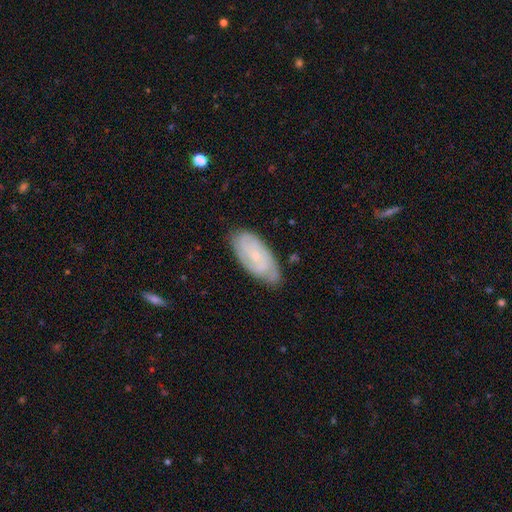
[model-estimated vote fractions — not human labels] Q: Smooth or featured?
A: featured or disk (67%); runner-up: smooth (27%)
Q: Edge-on disk?
A: no (93%); runner-up: yes (7%)
Q: Bar?
A: no (68%); runner-up: weak (27%)
Q: Spiral arms?
A: yes (89%); runner-up: no (11%)
Q: Spiral winding?
A: tight (64%); runner-up: medium (29%)
Q: Spiral arm count?
A: can't tell (40%); runner-up: 2 (33%)
Q: Bulge size?
A: small (75%); runner-up: moderate (19%)
Q: Merging?
A: none (73%); runner-up: minor disturbance (21%)